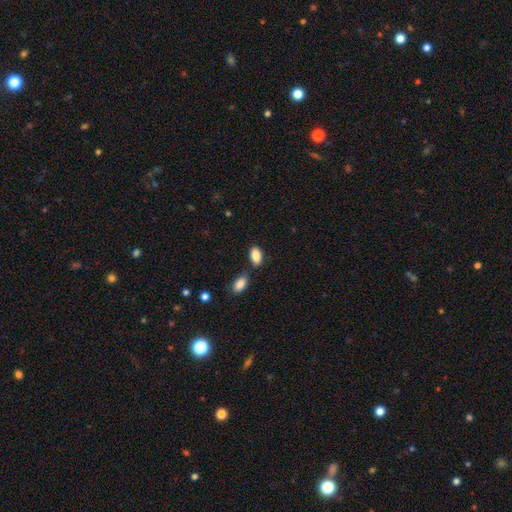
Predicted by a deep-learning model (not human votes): Q: Smooth or featured?
A: smooth (87%); runner-up: star or artifact (7%)
Q: How rounded?
A: in between (92%); runner-up: cigar-shaped (4%)
Q: Merging?
A: none (70%); runner-up: minor disturbance (14%)